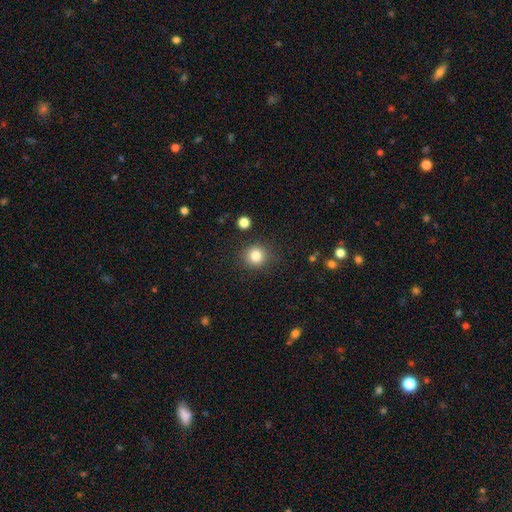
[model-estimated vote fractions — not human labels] This is clearly a smooth galaxy (83%). How rounded: clearly round (90%). Merging: clearly none (86%).